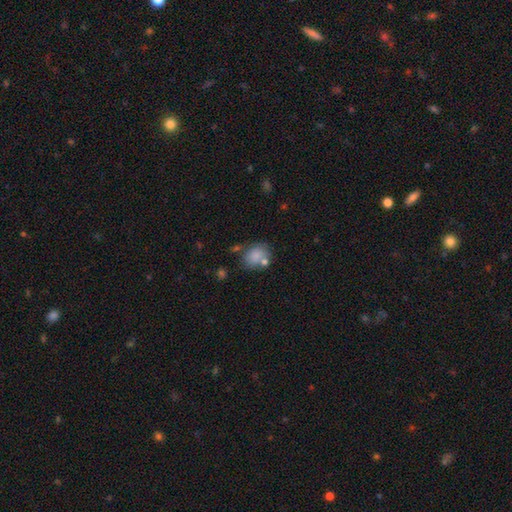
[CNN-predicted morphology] Smooth or featured? Predicted: smooth (p=0.82). How rounded? Predicted: in between (p=0.52). Merging? Predicted: none (p=0.58).